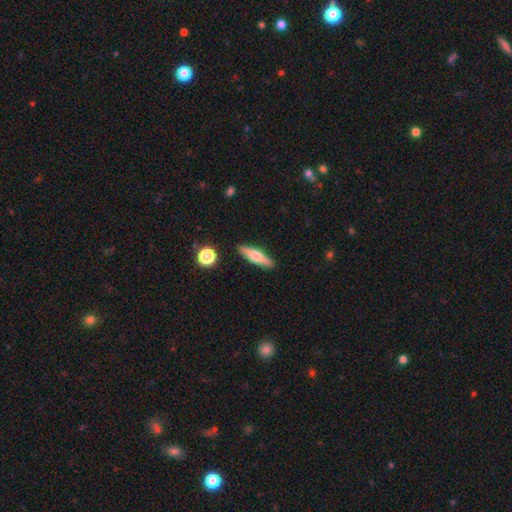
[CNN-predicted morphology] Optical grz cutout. It shows a smooth galaxy with no disk features (52%) that is cigar-shaped (70%). Merging: none (88%).